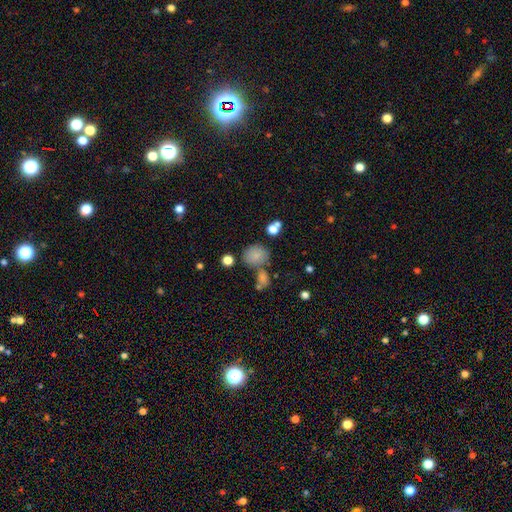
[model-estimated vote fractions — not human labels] Smooth or featured?
  - smooth: 79% *
  - star or artifact: 12%
  - featured or disk: 9%
How rounded?
  - round: 67% *
  - in between: 31%
  - cigar-shaped: 1%
Merging?
  - none: 59% *
  - merger: 22%
  - minor disturbance: 14%
  - major disturbance: 5%